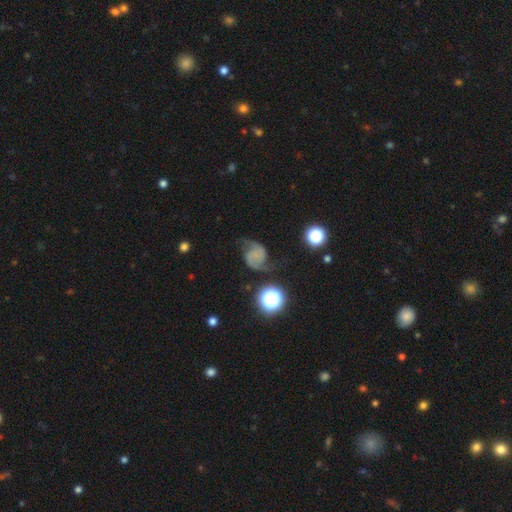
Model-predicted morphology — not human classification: Smooth or featured? featured or disk (73%)
Edge-on disk? no (98%)
Bar? no (67%)
Spiral arms? yes (95%)
Spiral winding? loose (57%)
Spiral arm count? 2 (91%)
Bulge size? none (60%)
Merging? none (61%)